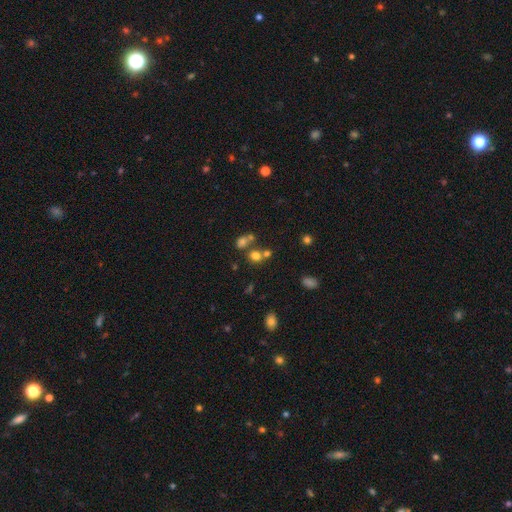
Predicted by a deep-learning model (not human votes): Smooth or featured? Predicted: smooth (p=0.70). How rounded? Predicted: round (p=0.75). Merging? Predicted: none (p=0.53).